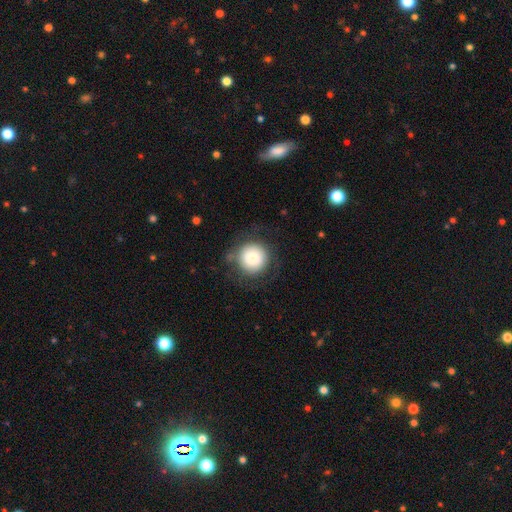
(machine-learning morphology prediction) smooth_or_featured: smooth (p=0.79) [alt: featured or disk p=0.13]
how_rounded: round (p=0.95) [alt: in between p=0.04]
merging: none (p=0.76) [alt: minor disturbance p=0.14]